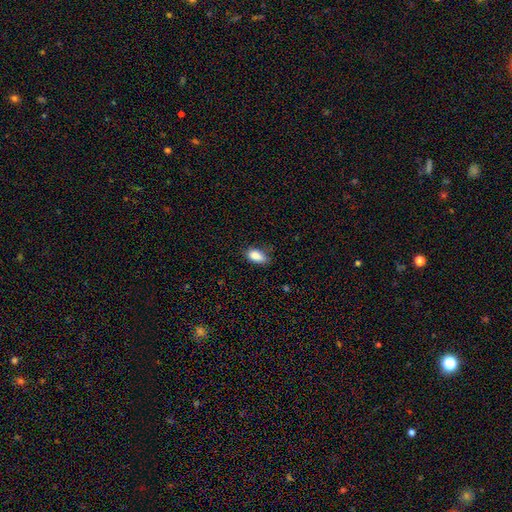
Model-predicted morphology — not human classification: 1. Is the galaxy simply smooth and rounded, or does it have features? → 87% smooth, 8% star or artifact, 5% featured or disk.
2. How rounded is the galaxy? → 90% in between, 5% round, 5% cigar-shaped.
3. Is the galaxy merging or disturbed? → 65% none, 28% minor disturbance, 6% major disturbance, 2% merger.